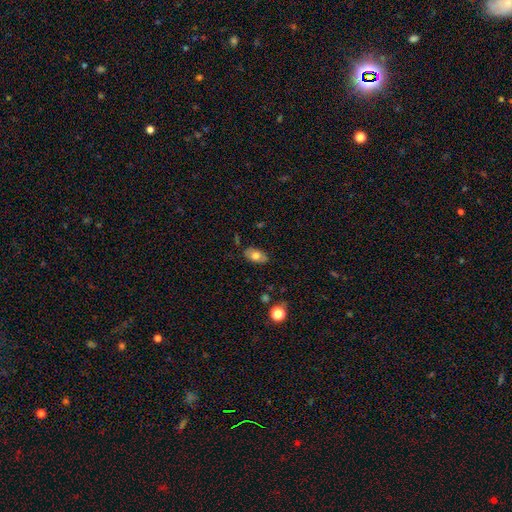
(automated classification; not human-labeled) Q: Smooth or featured?
A: smooth (68%); runner-up: featured or disk (24%)
Q: How rounded?
A: in between (92%); runner-up: round (6%)
Q: Merging?
A: none (81%); runner-up: minor disturbance (14%)